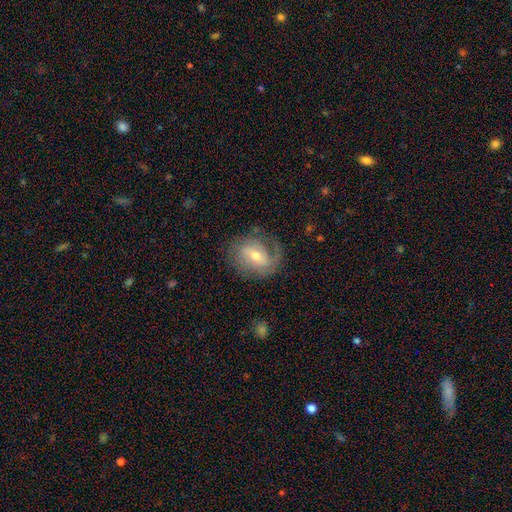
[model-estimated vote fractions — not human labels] Smooth or featured: featured or disk — 71% (smooth — 22%)
Edge-on disk: no — 96% (yes — 4%)
Bar: weak — 48% (no — 31%)
Spiral arms: yes — 87% (no — 13%)
Spiral winding: medium — 40% (tight — 36%)
Spiral arm count: 2 — 43% (1 — 35%)
Bulge size: moderate — 58% (small — 37%)
Merging: none — 64% (minor disturbance — 20%)